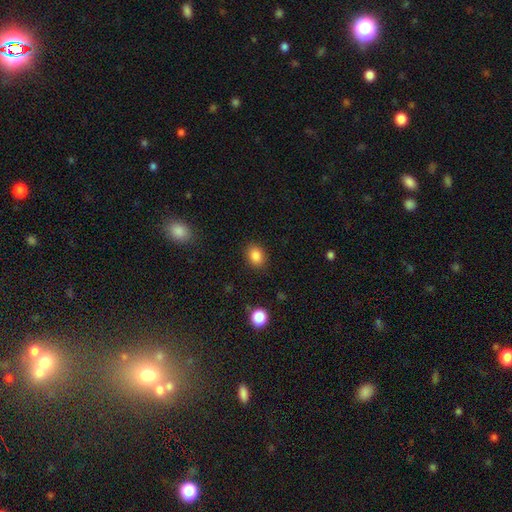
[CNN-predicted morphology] A smooth galaxy with no disk features (86%) that is in between round and cigar-shaped (59%).

Vote fractions:
- Smooth or featured? smooth: 86% / star or artifact: 10% / featured or disk: 4%
- How rounded? in between: 59% / round: 40% / cigar-shaped: 1%
- Merging? none: 87% / minor disturbance: 9% / major disturbance: 3% / merger: 1%